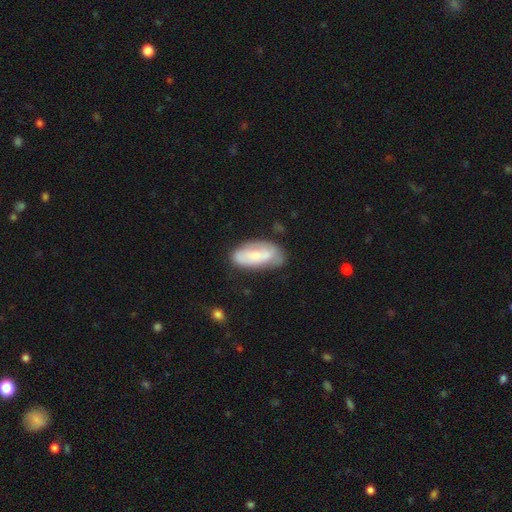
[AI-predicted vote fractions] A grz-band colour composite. It shows a smooth galaxy with no disk features (57%) that is in between round and cigar-shaped (86%). Merging: none (60%).